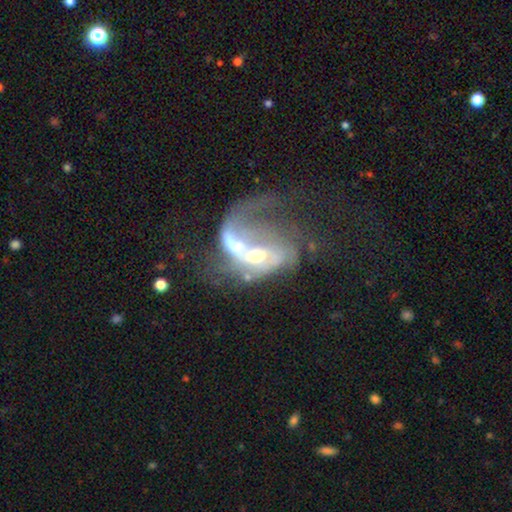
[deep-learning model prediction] smooth-or-featured: featured or disk: 75% | smooth: 17% | star or artifact: 9%
  disk-edge-on: no: 96% | yes: 4%
    bar: no: 53% | weak: 32% | strong: 15%
    has-spiral-arms: yes: 74% | no: 26%
      spiral-winding: loose: 61% | medium: 28% | tight: 11%
      spiral-arm-count: 1: 41% | 2: 33% | can't tell: 18% | 3: 5% | 4: 2% | more than 4: 2%
    bulge-size: moderate: 64% | small: 21% | large: 10% | none: 4% | dominant: 2%
  merging: merger: 61% | major disturbance: 23% | none: 11% | minor disturbance: 6%